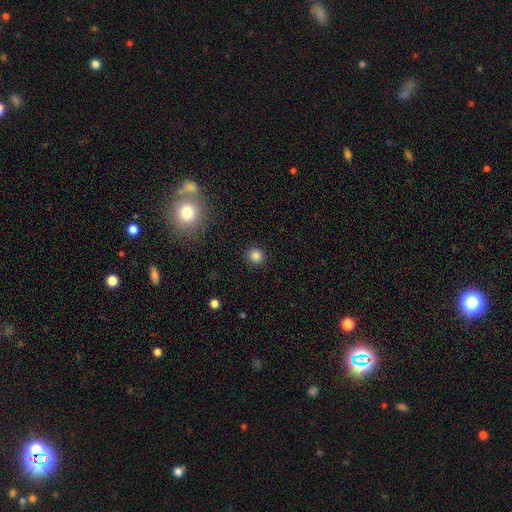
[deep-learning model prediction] Morphology: type=smooth (84%); roundness=round (88%); merging=none (91%).